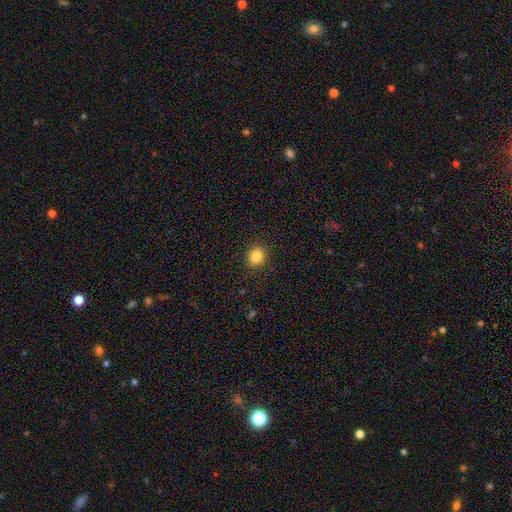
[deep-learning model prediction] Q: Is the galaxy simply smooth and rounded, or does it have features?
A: smooth — 84%.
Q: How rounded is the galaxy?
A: round — 84%.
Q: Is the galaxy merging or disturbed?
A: none — 90%.